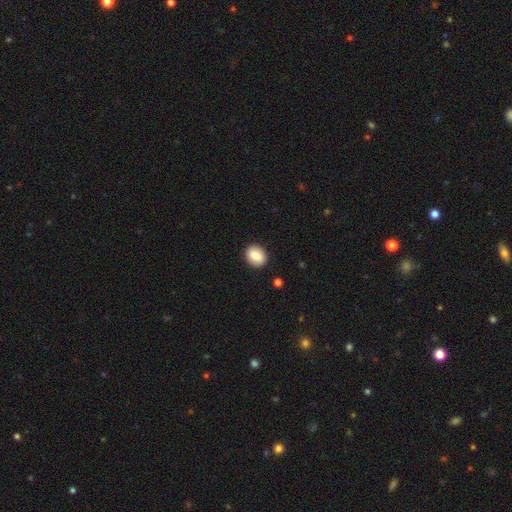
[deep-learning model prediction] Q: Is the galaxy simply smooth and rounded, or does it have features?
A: smooth — 84%.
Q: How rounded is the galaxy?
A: round — 50%.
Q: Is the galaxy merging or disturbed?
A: none — 89%.